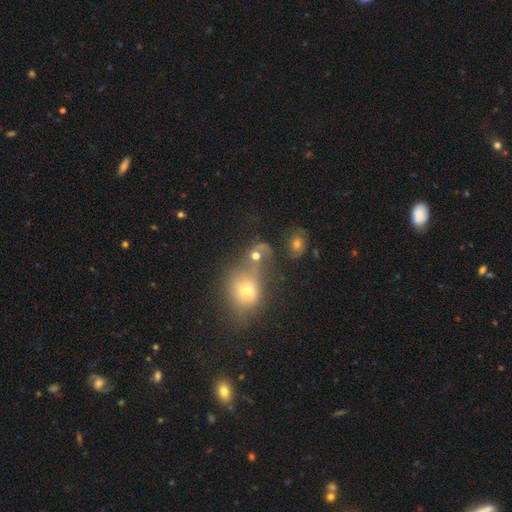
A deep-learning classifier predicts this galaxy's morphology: smooth_or_featured: smooth (p=0.55) [alt: featured or disk p=0.27]
how_rounded: round (p=0.61) [alt: in between p=0.37]
merging: merger (p=0.63) [alt: none p=0.19]